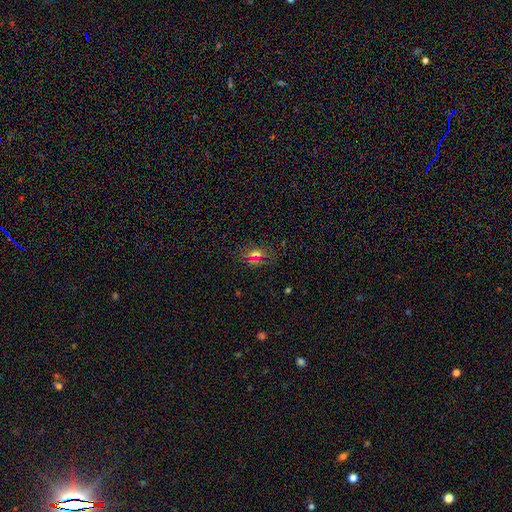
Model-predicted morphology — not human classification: A smooth galaxy with no disk features (54%) that is in between round and cigar-shaped (60%).

Vote fractions:
- Smooth or featured? smooth: 54% / star or artifact: 33% / featured or disk: 13%
- How rounded? in between: 60% / round: 34% / cigar-shaped: 7%
- Merging? none: 80% / minor disturbance: 12% / major disturbance: 5% / merger: 2%